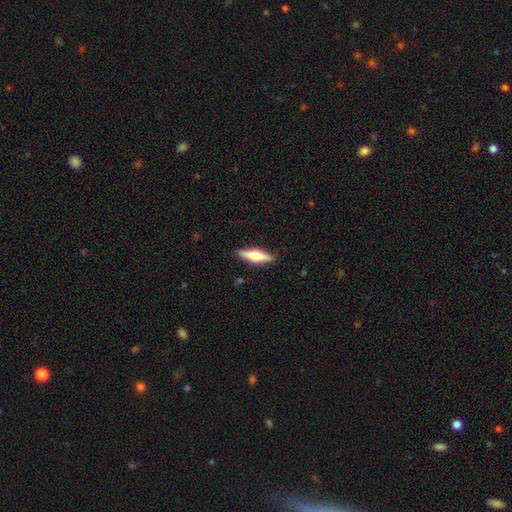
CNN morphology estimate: Smooth or featured: featured or disk — 51% (smooth — 44%)
Edge-on disk: yes — 95% (no — 5%)
Merging: none — 89% (minor disturbance — 8%)